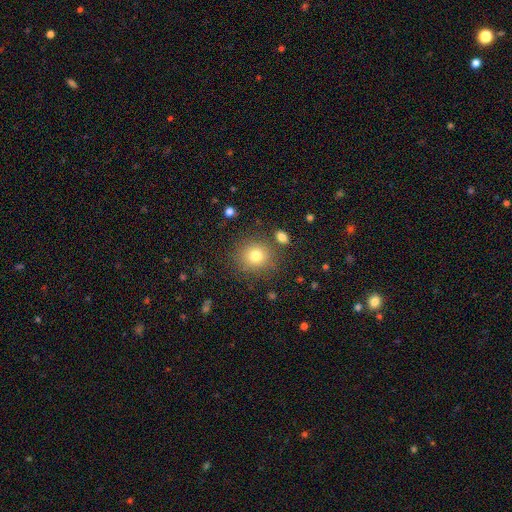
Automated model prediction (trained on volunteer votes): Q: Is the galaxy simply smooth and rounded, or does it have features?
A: smooth — 78%.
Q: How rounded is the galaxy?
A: round — 87%.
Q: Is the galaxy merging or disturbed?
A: none — 82%.